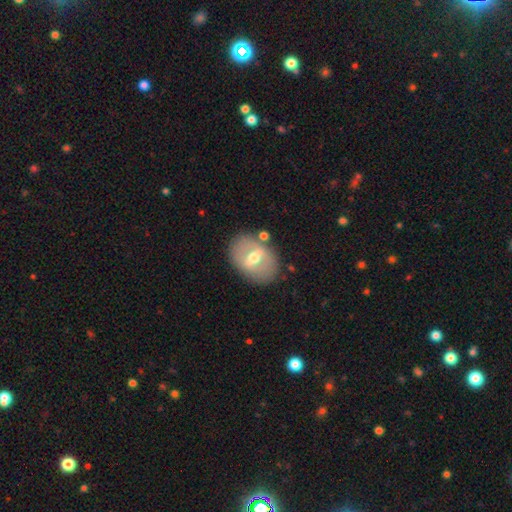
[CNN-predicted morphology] This is possibly a featured or disk galaxy (58%). It is clearly not viewed edge-on (87%). Bar: possibly strong (48%). Spiral arm pattern: clearly no (85%). Central bulge: likely moderate (73%). Merging: likely none (80%).